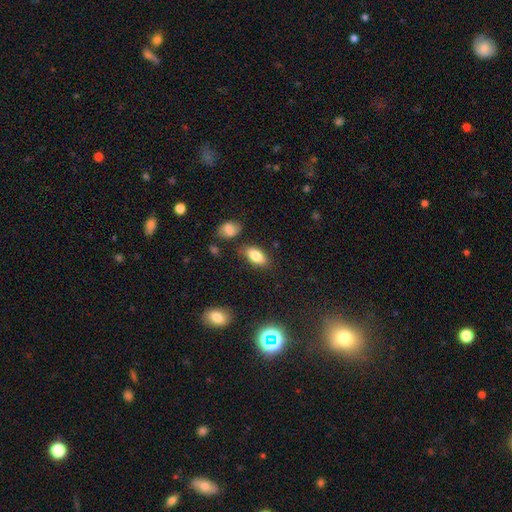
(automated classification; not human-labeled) Q: Smooth or featured?
A: smooth (81%); runner-up: featured or disk (11%)
Q: How rounded?
A: in between (91%); runner-up: cigar-shaped (6%)
Q: Merging?
A: none (79%); runner-up: minor disturbance (14%)